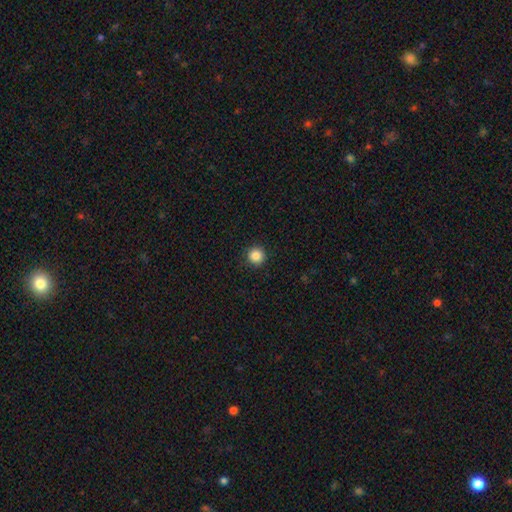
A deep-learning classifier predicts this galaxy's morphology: smooth-or-featured: smooth: 86% | star or artifact: 10% | featured or disk: 4%
  how-rounded: round: 96% | in between: 3% | cigar-shaped: 1%
  merging: none: 93% | minor disturbance: 5% | major disturbance: 2% | merger: 1%